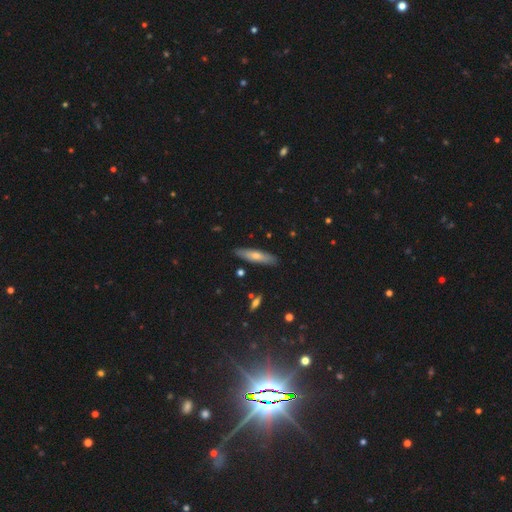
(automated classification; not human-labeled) A smooth galaxy with no disk features (55%) that is cigar-shaped (78%). Merging: none (88%).